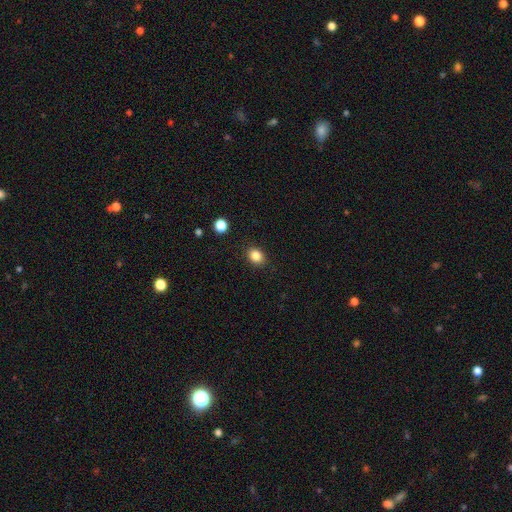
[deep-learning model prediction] Smooth or featured?
  - smooth: 85% *
  - star or artifact: 10%
  - featured or disk: 5%
How rounded?
  - in between: 53% *
  - round: 46%
  - cigar-shaped: 1%
Merging?
  - none: 89% *
  - minor disturbance: 8%
  - major disturbance: 2%
  - merger: 1%